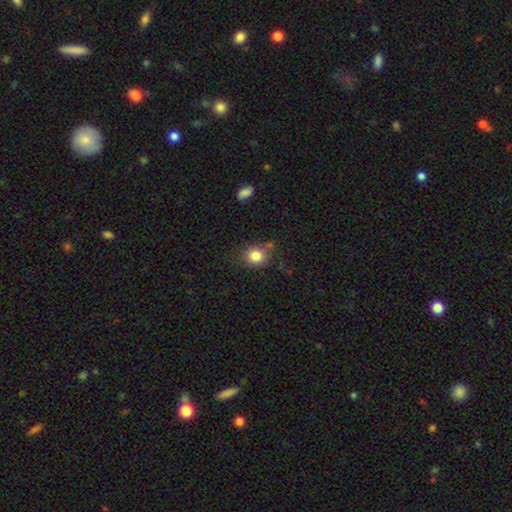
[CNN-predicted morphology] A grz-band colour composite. It shows a smooth galaxy with no disk features (83%) that is round (74%). Merging: none (77%).